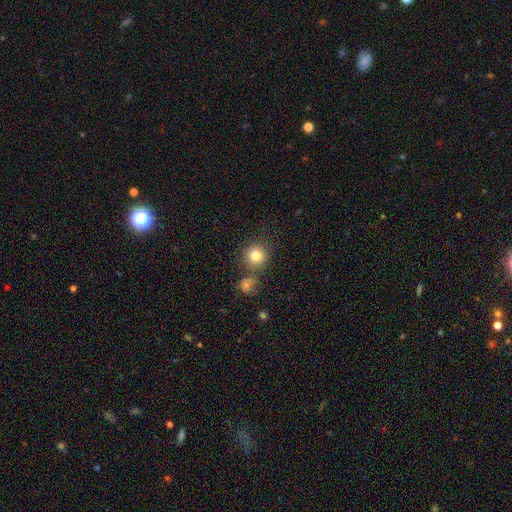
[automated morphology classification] Smooth or featured: smooth — 80% (star or artifact — 12%)
How rounded: round — 92% (in between — 7%)
Merging: none — 75% (merger — 14%)